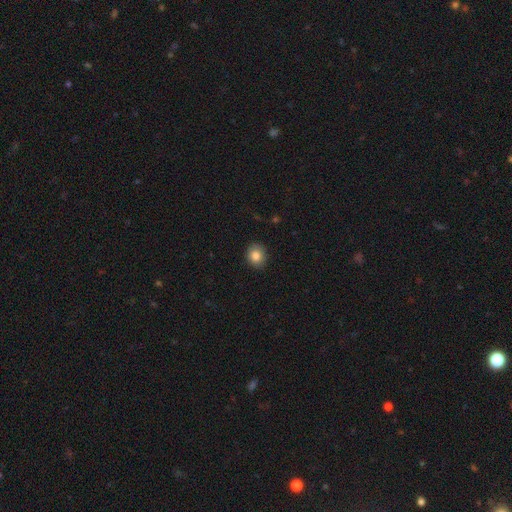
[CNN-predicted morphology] smooth-or-featured: smooth: 85% | star or artifact: 9% | featured or disk: 6%
  how-rounded: round: 72% | in between: 27% | cigar-shaped: 1%
  merging: none: 87% | minor disturbance: 10% | major disturbance: 2% | merger: 1%